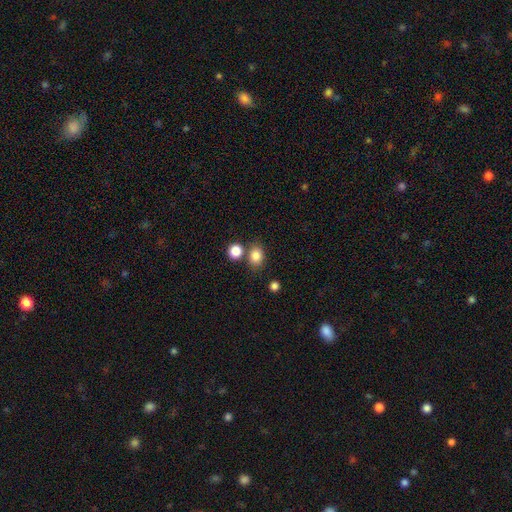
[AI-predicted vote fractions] This appears to be a smooth galaxy with no disk features (84%) that is round (52%). Merging: none (69%).